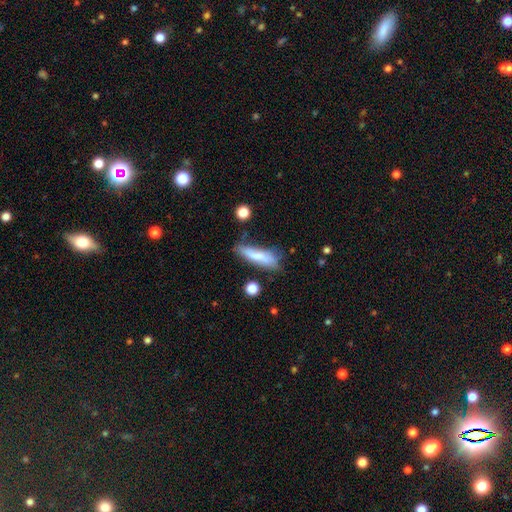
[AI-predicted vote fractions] Overall: smooth (67%). How rounded: cigar-shaped (70%). Merging: none (55%; minor disturbance 29%).